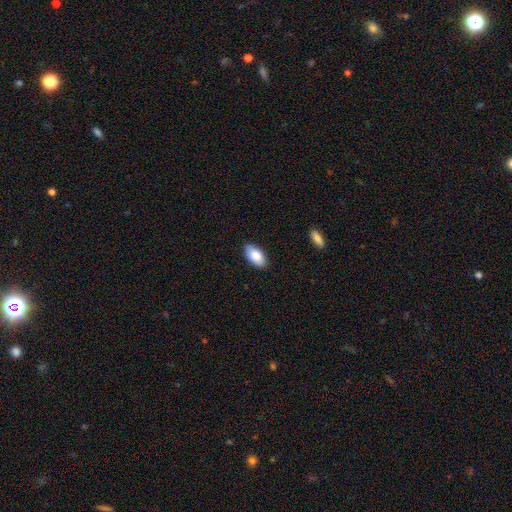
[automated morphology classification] Smooth or featured? Predicted: smooth (p=0.85). How rounded? Predicted: in between (p=0.95). Merging? Predicted: none (p=0.88).